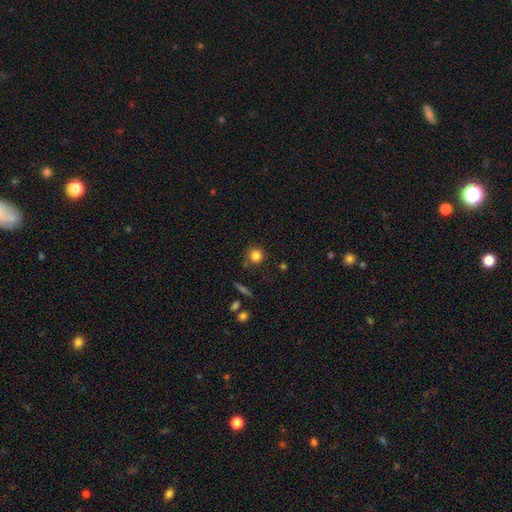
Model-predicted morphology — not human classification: This appears to be a smooth galaxy with no disk features (84%) that is round (92%). Merging: none (81%).